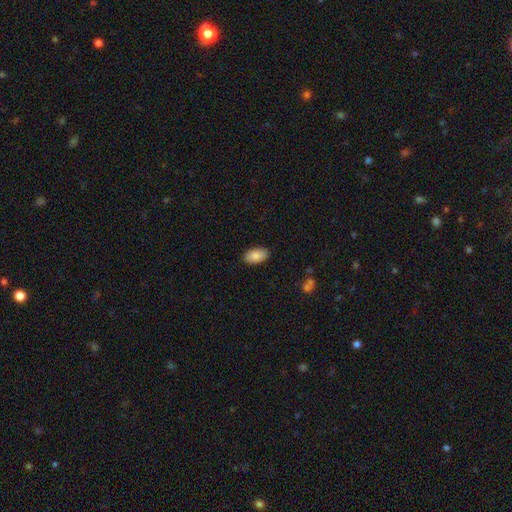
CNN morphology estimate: smooth_or_featured: smooth (p=0.87) [alt: star or artifact p=0.07]
how_rounded: in between (p=0.94) [alt: round p=0.03]
merging: none (p=0.88) [alt: minor disturbance p=0.09]